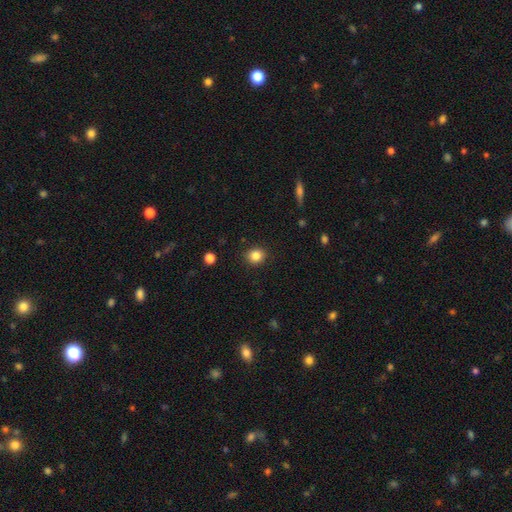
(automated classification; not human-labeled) Smooth or featured?
  - smooth: 85% *
  - star or artifact: 10%
  - featured or disk: 5%
How rounded?
  - round: 80% *
  - in between: 20%
  - cigar-shaped: 1%
Merging?
  - none: 90% *
  - minor disturbance: 7%
  - major disturbance: 2%
  - merger: 1%